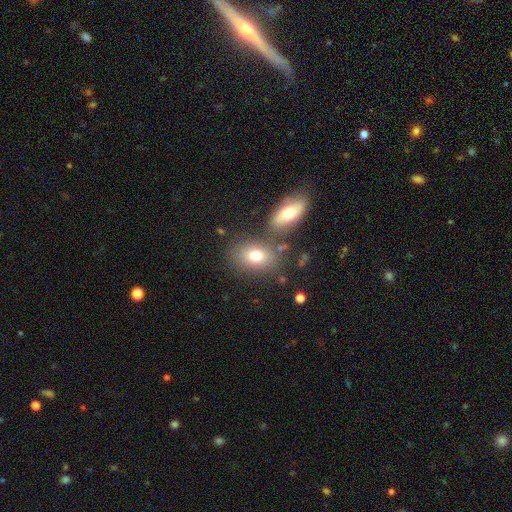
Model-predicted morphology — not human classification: smooth-or-featured: smooth: 76% | featured or disk: 14% | star or artifact: 11%
  how-rounded: in between: 75% | round: 23% | cigar-shaped: 2%
  merging: none: 67% | merger: 17% | minor disturbance: 12% | major disturbance: 4%